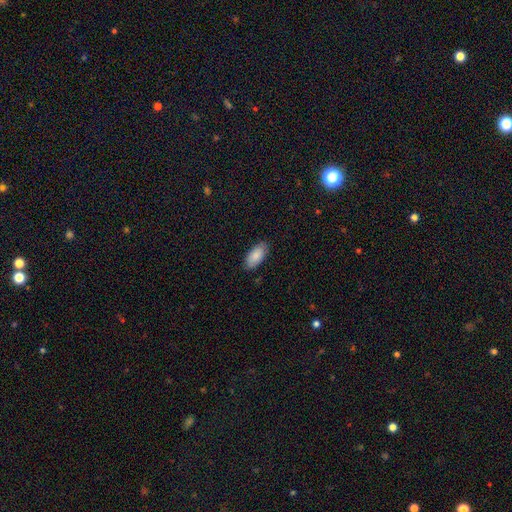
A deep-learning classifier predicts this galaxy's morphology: smooth 87%, featured or disk 7%, star or artifact 6%. Down the decision tree: how rounded — in between (93%); merging — none (86%).